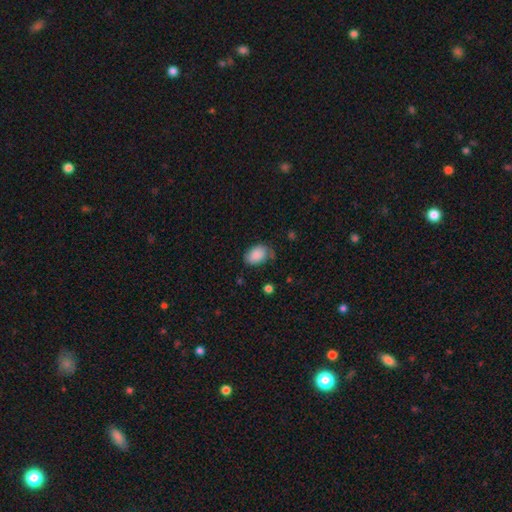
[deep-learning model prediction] This is clearly a smooth galaxy (85%). How rounded: clearly in between (84%). Merging: possibly none (59%).